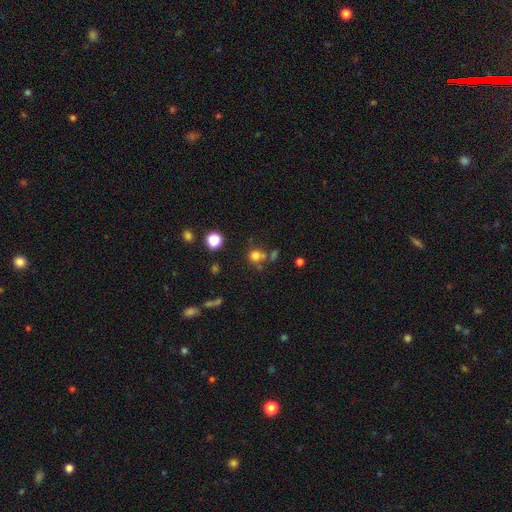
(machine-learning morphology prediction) smooth_or_featured: smooth (p=0.75) [alt: star or artifact p=0.17]
how_rounded: round (p=0.86) [alt: in between p=0.13]
merging: none (p=0.59) [alt: merger p=0.24]